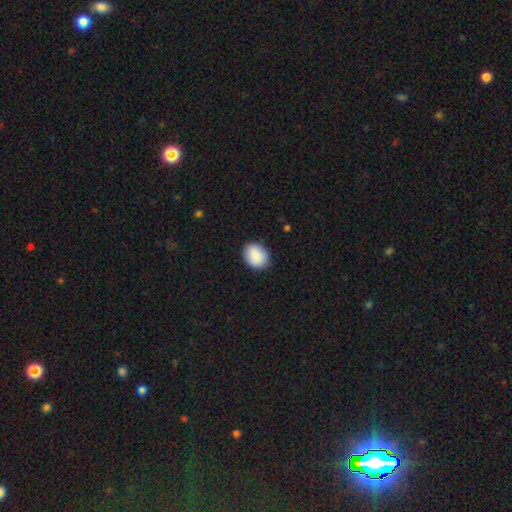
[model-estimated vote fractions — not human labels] smooth-or-featured: smooth: 90% | star or artifact: 7% | featured or disk: 4%
  how-rounded: in between: 55% | round: 44% | cigar-shaped: 1%
  merging: none: 88% | minor disturbance: 9% | major disturbance: 2% | merger: 1%